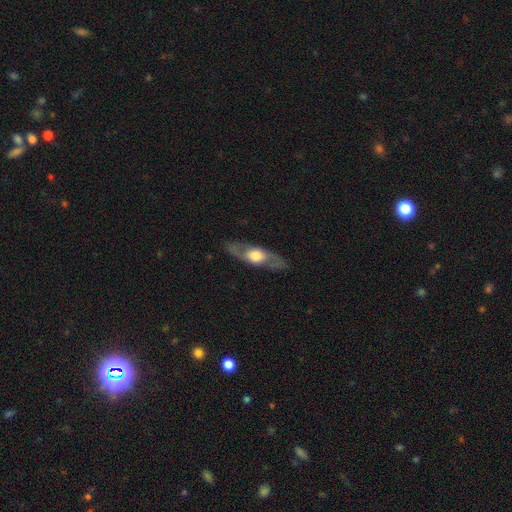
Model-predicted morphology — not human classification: Smooth or featured? featured or disk (68%)
Edge-on disk? yes (52%)
Merging? none (83%)